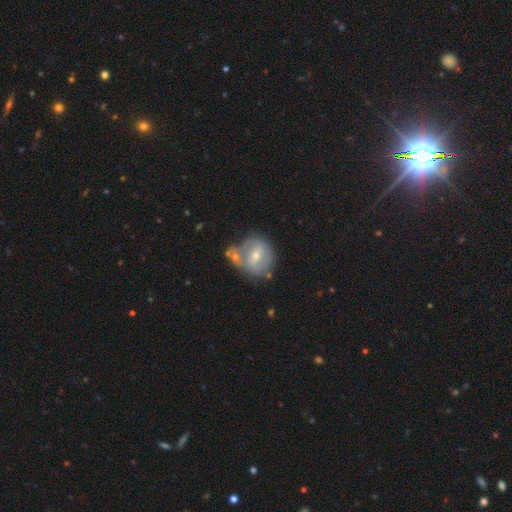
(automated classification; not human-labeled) This is possibly a featured or disk galaxy (53%). It is clearly not viewed edge-on (95%). Bar: possibly weak (46%). Spiral arm pattern: possibly no (58%). Central bulge: possibly moderate (50%). Merging: marginally none (42%).